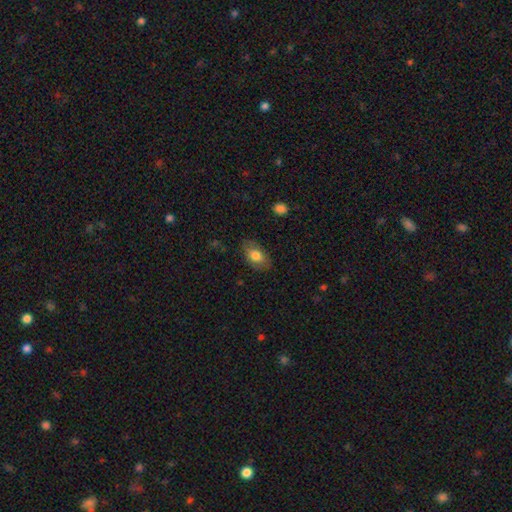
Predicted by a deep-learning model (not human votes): The model was most divided on "smooth or featured": smooth: 76%, featured or disk: 16%, star or artifact: 7%. More confident: how rounded — in between (89%); merging — none (80%).